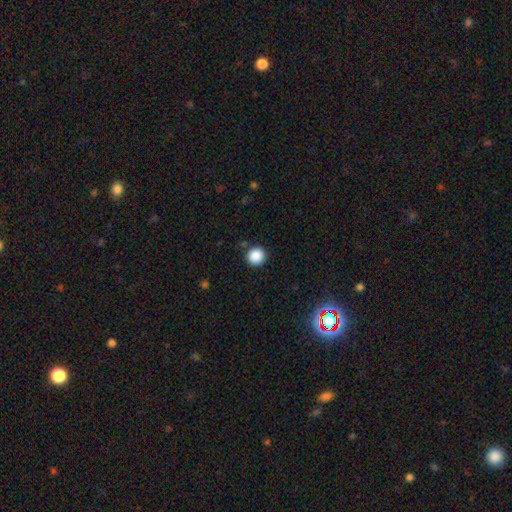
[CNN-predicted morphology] Q: Smooth or featured?
A: smooth (87%); runner-up: star or artifact (10%)
Q: How rounded?
A: round (95%); runner-up: in between (4%)
Q: Merging?
A: none (89%); runner-up: minor disturbance (7%)